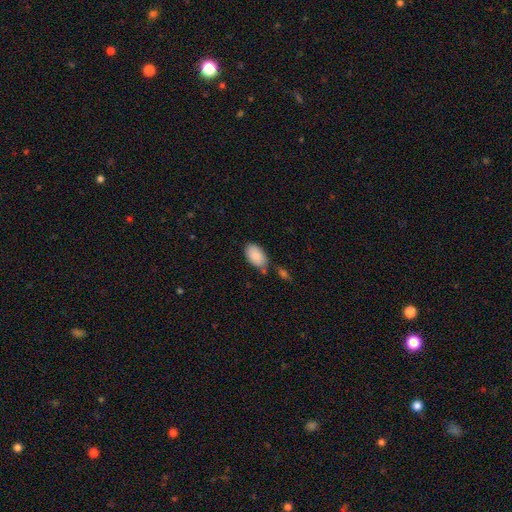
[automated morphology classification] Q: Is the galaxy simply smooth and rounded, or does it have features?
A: smooth — 89%.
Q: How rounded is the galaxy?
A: in between — 94%.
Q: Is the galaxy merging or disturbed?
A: none — 68%.